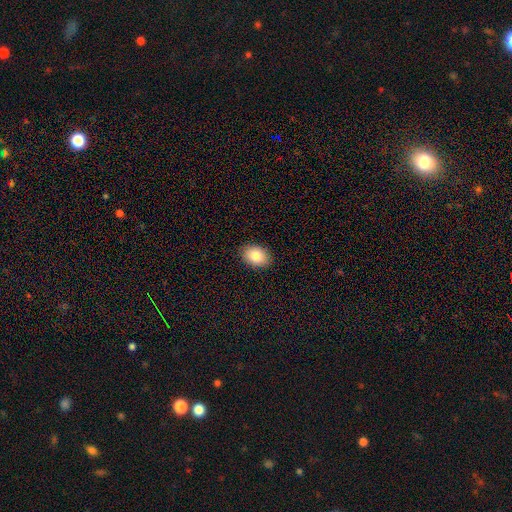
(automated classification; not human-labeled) Overall: smooth (84%). How rounded: in between (72%). Merging: none (89%).